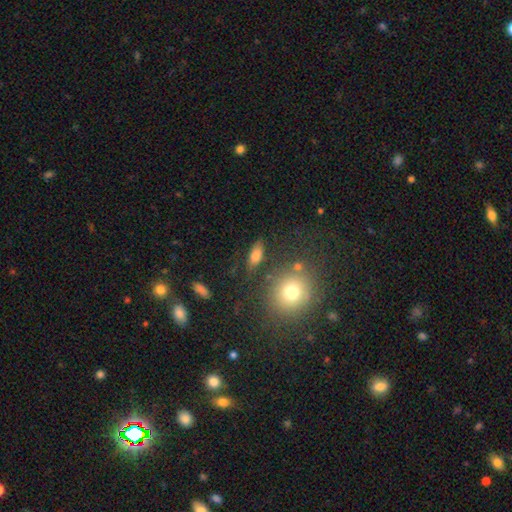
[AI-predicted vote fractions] smooth 77%, featured or disk 12%, star or artifact 12%. Down the decision tree: how rounded — in between (79%); merging — none (76%).